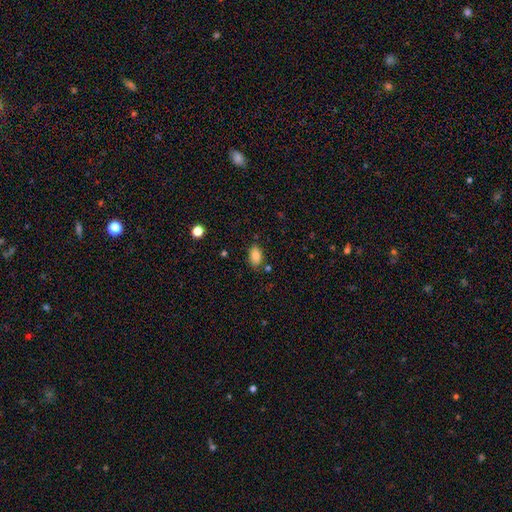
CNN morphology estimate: Q: Smooth or featured?
A: smooth (86%); runner-up: star or artifact (8%)
Q: How rounded?
A: in between (91%); runner-up: round (7%)
Q: Merging?
A: none (80%); runner-up: minor disturbance (13%)